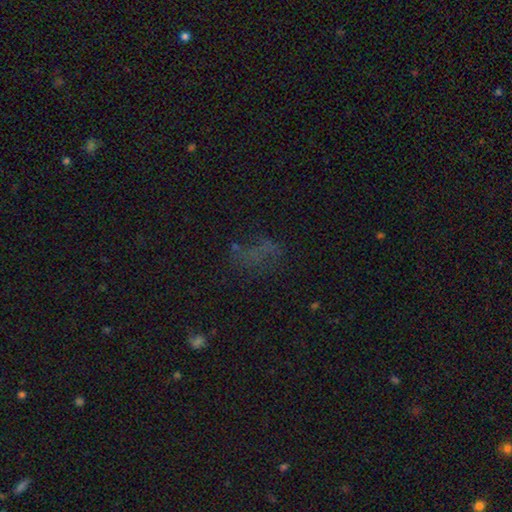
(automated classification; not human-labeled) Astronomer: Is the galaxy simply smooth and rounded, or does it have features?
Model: star or artifact — 41% (runner-up: smooth, 35%).